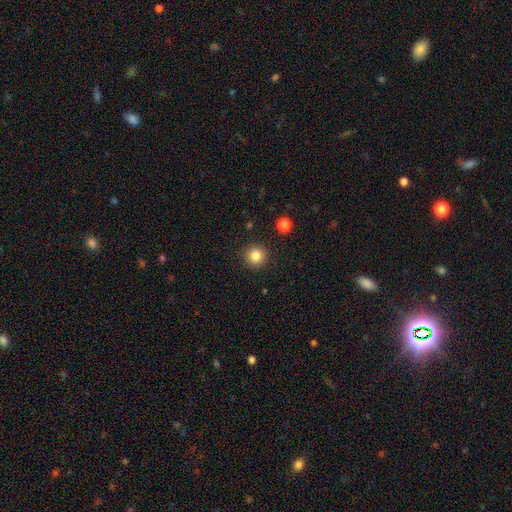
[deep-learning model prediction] This is clearly a smooth galaxy (83%). How rounded: clearly round (95%). Merging: clearly none (91%).